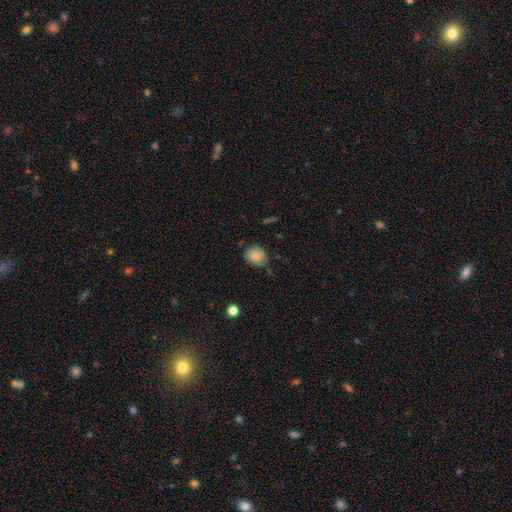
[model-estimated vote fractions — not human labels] This is clearly a smooth galaxy (85%). How rounded: possibly round (60%). Merging: likely none (73%).